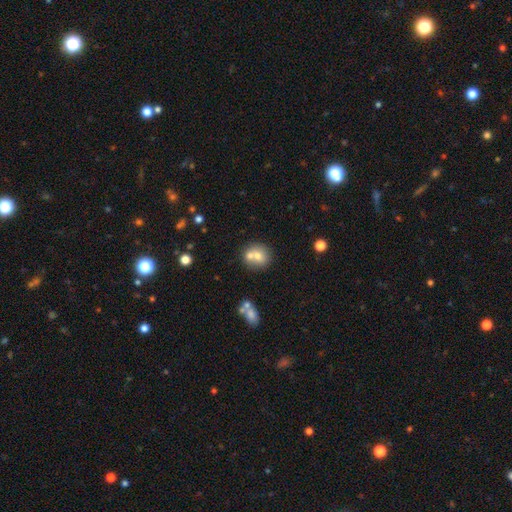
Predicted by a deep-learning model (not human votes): Morphology: type=smooth (66%); roundness=round (80%); merging=none (45%).